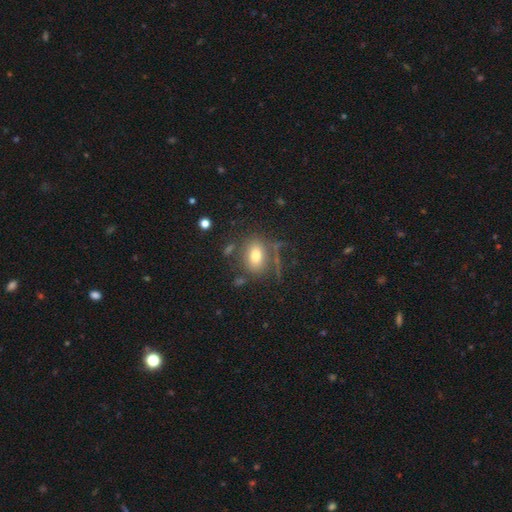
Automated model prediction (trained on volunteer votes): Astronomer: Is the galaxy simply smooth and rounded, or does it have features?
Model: smooth — 72%.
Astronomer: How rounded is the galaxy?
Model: in between — 71%.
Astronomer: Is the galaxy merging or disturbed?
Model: none — 67%.